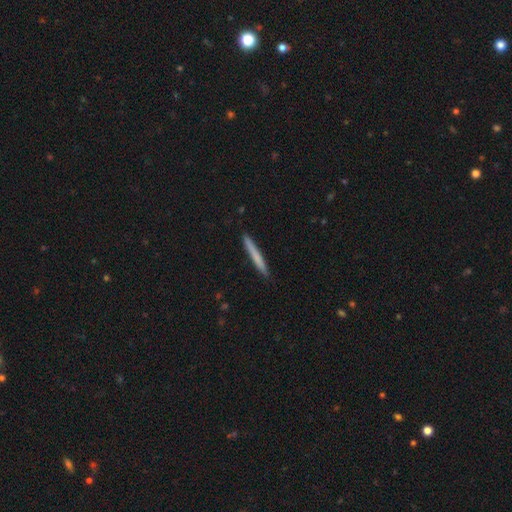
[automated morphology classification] smooth-or-featured: smooth: 67% | featured or disk: 27% | star or artifact: 5%
  how-rounded: cigar-shaped: 97% | in between: 2% | round: 1%
  merging: none: 91% | minor disturbance: 7% | major disturbance: 1% | merger: 1%